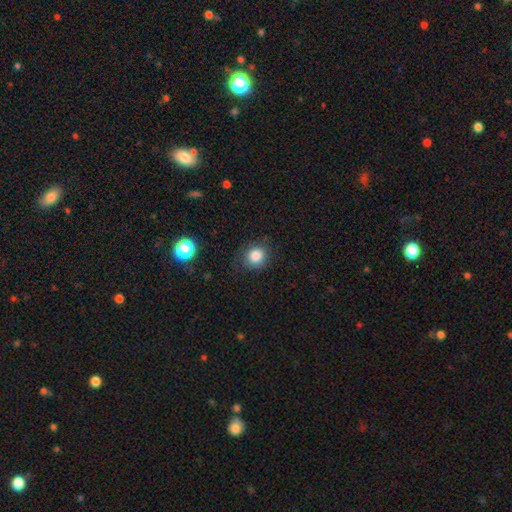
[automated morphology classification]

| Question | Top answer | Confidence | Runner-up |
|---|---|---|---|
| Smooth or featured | smooth | 84% | star or artifact (11%) |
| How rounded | round | 80% | in between (19%) |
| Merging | none | 80% | minor disturbance (14%) |